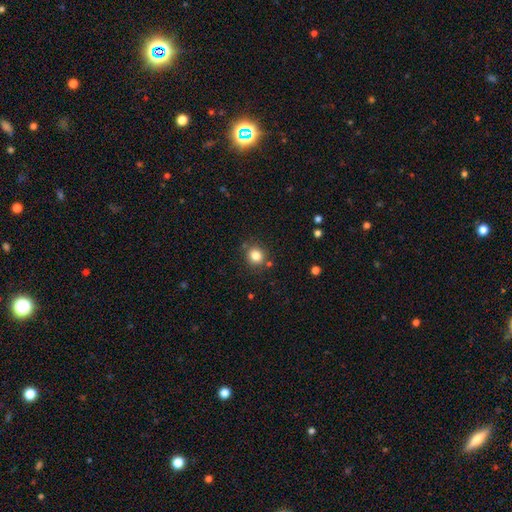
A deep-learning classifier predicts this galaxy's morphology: smooth-or-featured: smooth: 82% | star or artifact: 12% | featured or disk: 6%
  how-rounded: round: 86% | in between: 13% | cigar-shaped: 1%
  merging: none: 83% | minor disturbance: 9% | merger: 5% | major disturbance: 3%